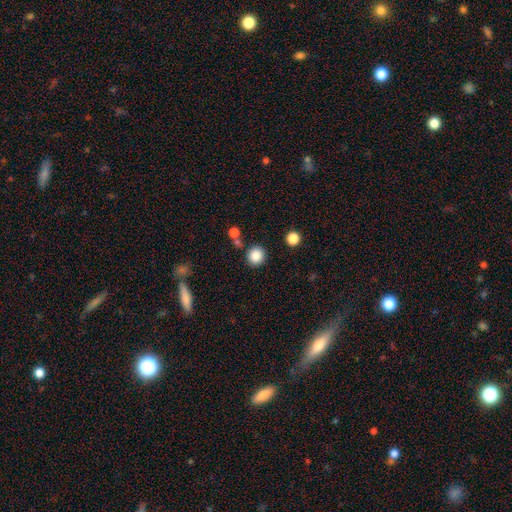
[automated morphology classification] This appears to be a smooth galaxy with no disk features (85%) that is round (92%). Merging: none (85%).